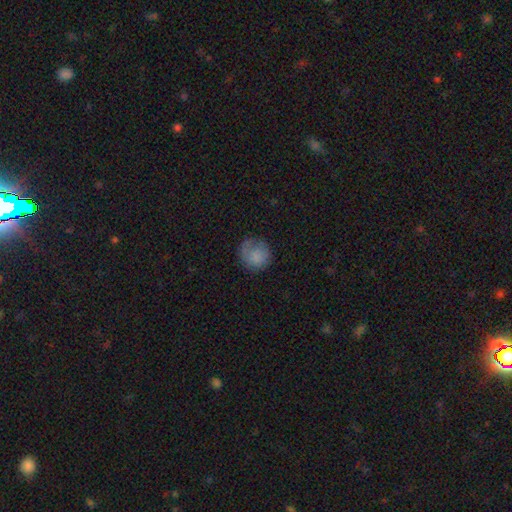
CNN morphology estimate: smooth_or_featured: smooth (p=0.78) [alt: featured or disk p=0.13]
how_rounded: round (p=0.89) [alt: in between p=0.11]
merging: none (p=0.66) [alt: minor disturbance p=0.22]